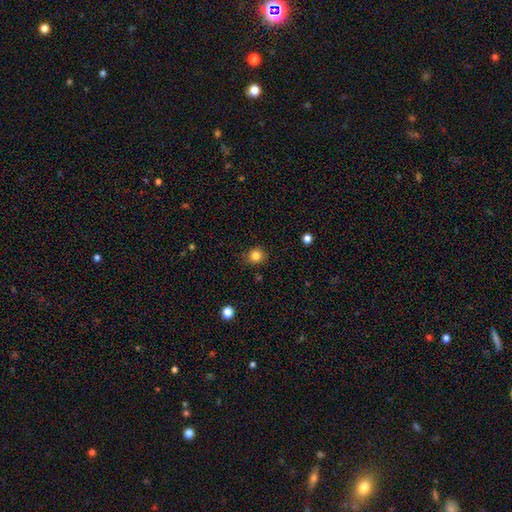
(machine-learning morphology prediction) type=smooth (83%); roundness=round (84%); merging=none (85%).